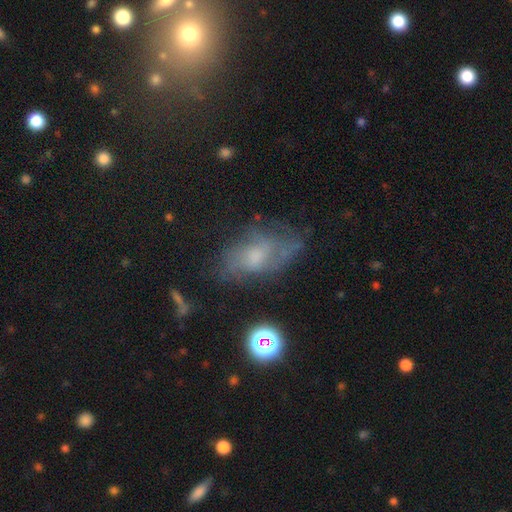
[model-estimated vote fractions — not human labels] Morphology: type=featured or disk (51%); edge-on=no (92%); merging=none (52%).